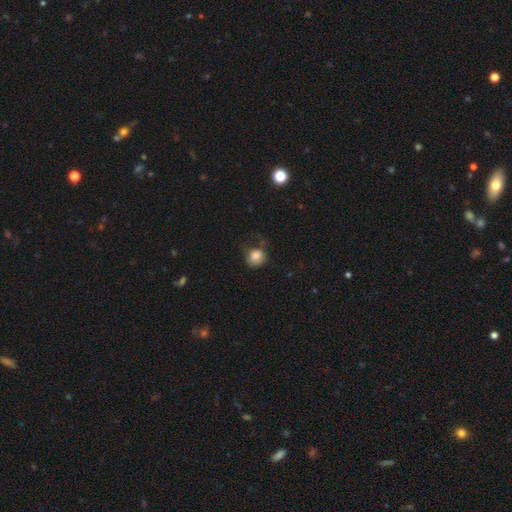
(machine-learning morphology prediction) type=smooth (81%); roundness=round (61%); merging=none (46%).